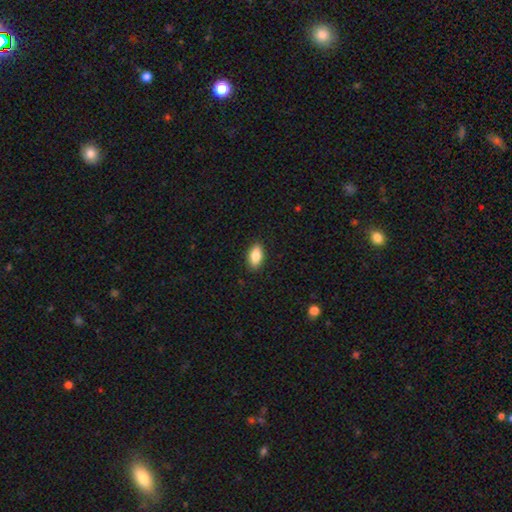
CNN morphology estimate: The model was most divided on "smooth or featured": smooth: 84%, featured or disk: 9%, star or artifact: 7%. More confident: how rounded — in between (90%); merging — none (89%).